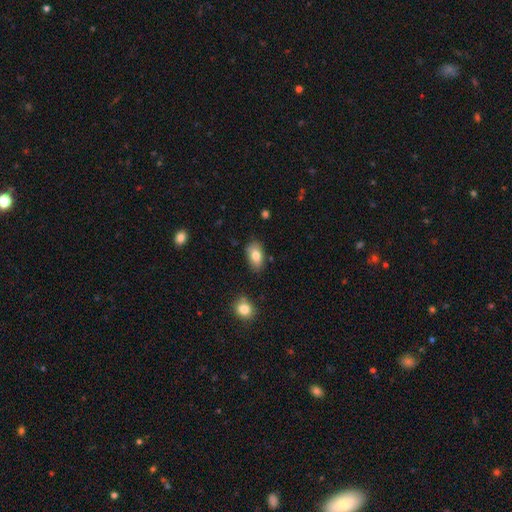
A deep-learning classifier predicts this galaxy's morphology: This appears to be a smooth galaxy with no disk features (80%) that is in between round and cigar-shaped (91%). Merging: none (80%).